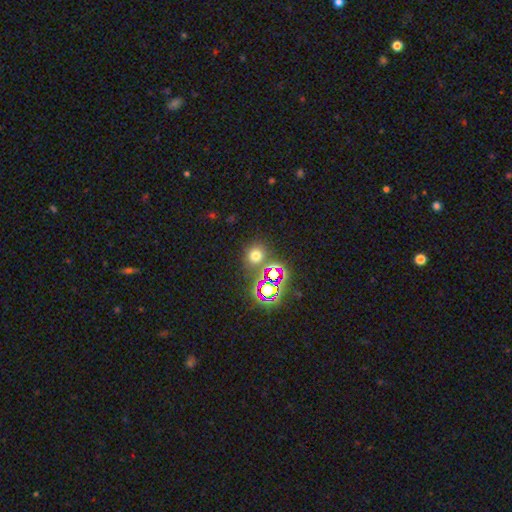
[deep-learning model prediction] smooth_or_featured: smooth (p=0.58) [alt: star or artifact p=0.34]
how_rounded: round (p=0.83) [alt: in between p=0.16]
merging: none (p=0.77) [alt: merger p=0.11]